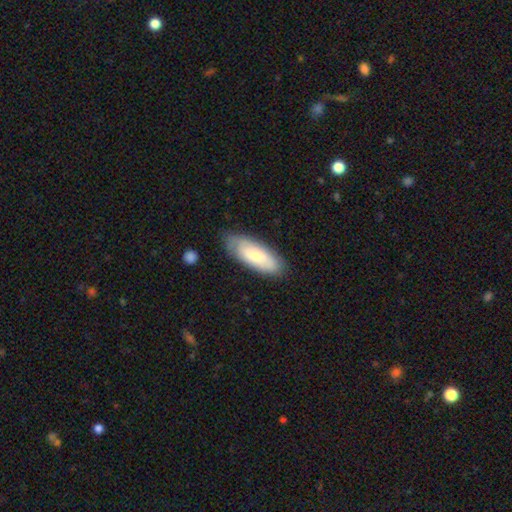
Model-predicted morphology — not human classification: Smooth or featured?
  - smooth: 57% *
  - featured or disk: 37%
  - star or artifact: 6%
How rounded?
  - in between: 75% *
  - cigar-shaped: 23%
  - round: 2%
Merging?
  - none: 76% *
  - minor disturbance: 18%
  - major disturbance: 4%
  - merger: 2%